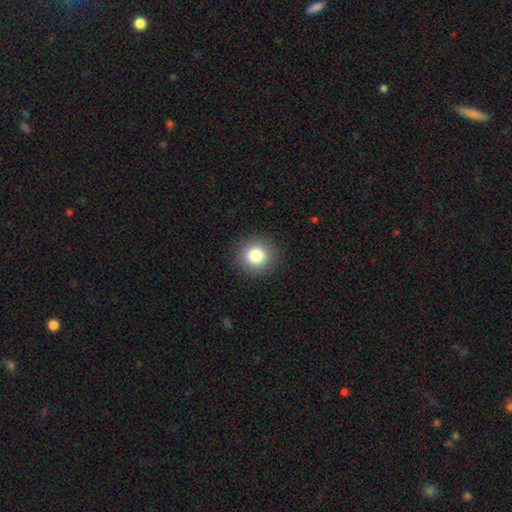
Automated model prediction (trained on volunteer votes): smooth_or_featured: smooth (p=0.83) [alt: star or artifact p=0.10]
how_rounded: round (p=0.93) [alt: in between p=0.06]
merging: none (p=0.91) [alt: minor disturbance p=0.06]